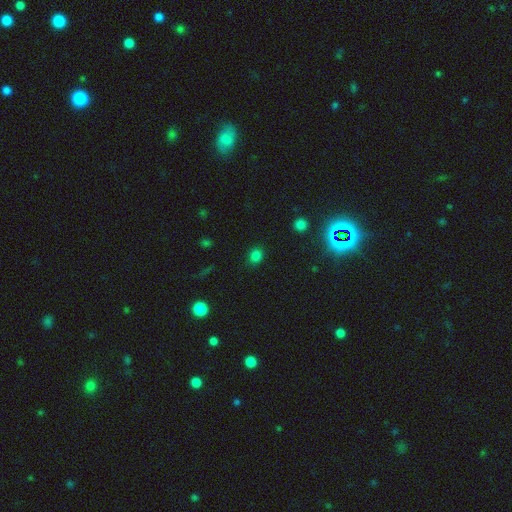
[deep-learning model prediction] smooth_or_featured: smooth (p=0.77) [alt: star or artifact p=0.19]
how_rounded: round (p=0.66) [alt: in between p=0.33]
merging: none (p=0.85) [alt: minor disturbance p=0.10]